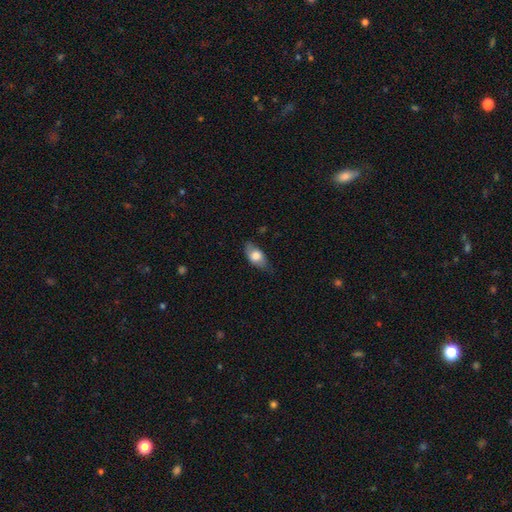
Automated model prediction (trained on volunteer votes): The model was most divided on "merging": none: 64%, minor disturbance: 29%, major disturbance: 6%, merger: 1%. More confident: how rounded — in between (87%); smooth or featured — smooth (71%).